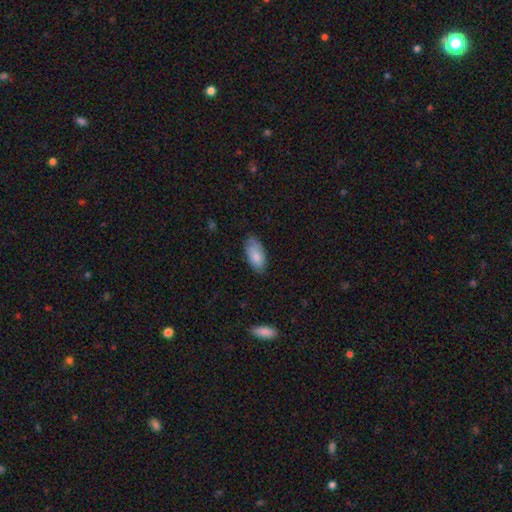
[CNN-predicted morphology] Smooth or featured: smooth — 82% (featured or disk — 12%)
How rounded: in between — 93% (cigar-shaped — 4%)
Merging: none — 73% (minor disturbance — 22%)